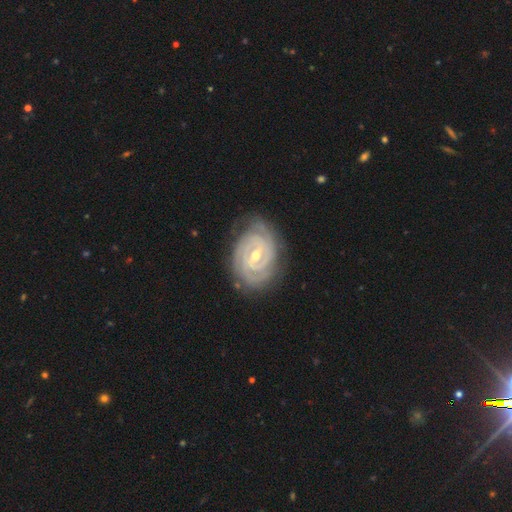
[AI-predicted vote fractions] Smooth or featured?
  - featured or disk: 91% *
  - smooth: 4%
  - star or artifact: 4%
Edge-on disk?
  - no: 97% *
  - yes: 3%
Bar?
  - weak: 49% *
  - strong: 33%
  - no: 17%
Spiral arms?
  - yes: 98% *
  - no: 2%
Spiral winding?
  - tight: 83% *
  - medium: 14%
  - loose: 2%
Spiral arm count?
  - 2: 43% *
  - 3: 23%
  - can't tell: 15%
  - 4: 10%
  - more than 4: 5%
  - 1: 5%
Bulge size?
  - moderate: 50% *
  - small: 48%
  - large: 1%
  - none: 1%
  - dominant: 1%
Merging?
  - none: 78% *
  - minor disturbance: 16%
  - major disturbance: 4%
  - merger: 1%